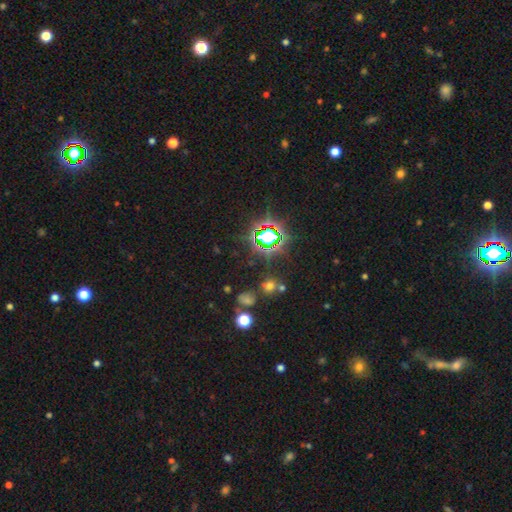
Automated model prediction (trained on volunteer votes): This is likely a star or artifact rather than a galaxy (78%).